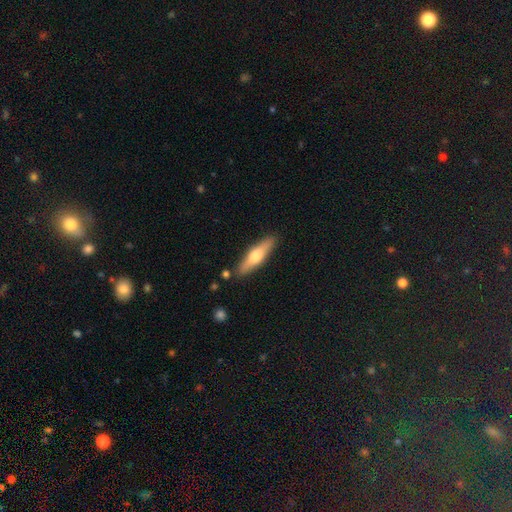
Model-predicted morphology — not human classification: Q: Smooth or featured?
A: smooth (51%); runner-up: featured or disk (44%)
Q: How rounded?
A: cigar-shaped (72%); runner-up: in between (26%)
Q: Merging?
A: none (86%); runner-up: minor disturbance (9%)